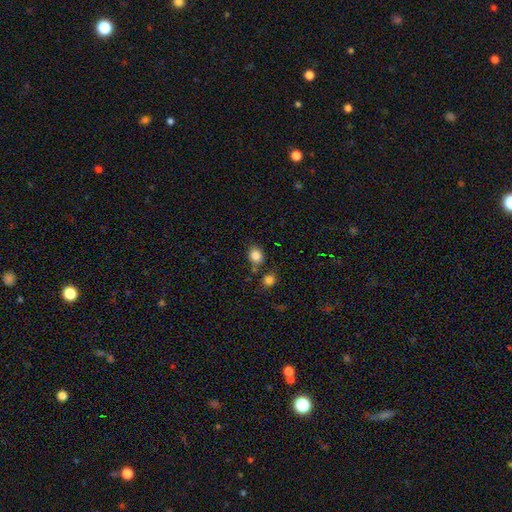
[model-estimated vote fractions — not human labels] Q: Smooth or featured?
A: smooth (84%); runner-up: star or artifact (10%)
Q: How rounded?
A: round (62%); runner-up: in between (37%)
Q: Merging?
A: none (73%); runner-up: minor disturbance (12%)